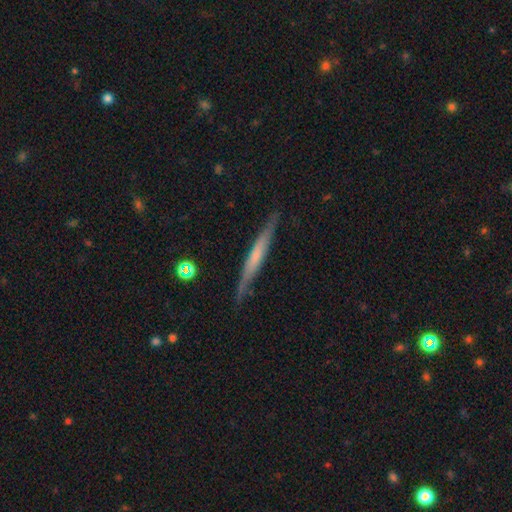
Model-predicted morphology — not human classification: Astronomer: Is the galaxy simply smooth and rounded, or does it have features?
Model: featured or disk — 53% (runner-up: smooth, 41%).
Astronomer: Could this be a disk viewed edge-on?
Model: yes — 94%.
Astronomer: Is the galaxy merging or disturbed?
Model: none — 82%.